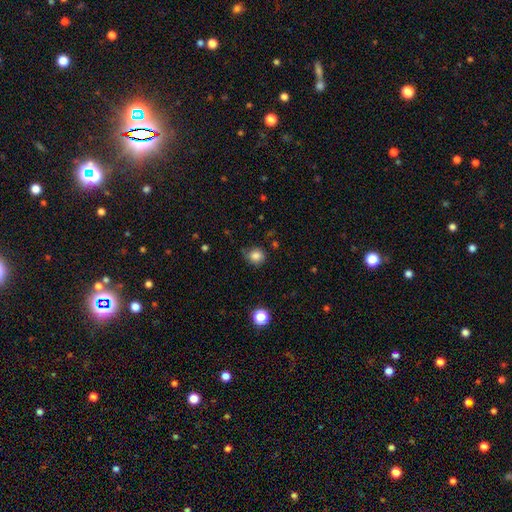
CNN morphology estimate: Smooth or featured: smooth — 83% (star or artifact — 12%)
How rounded: round — 84% (in between — 15%)
Merging: none — 73% (minor disturbance — 20%)